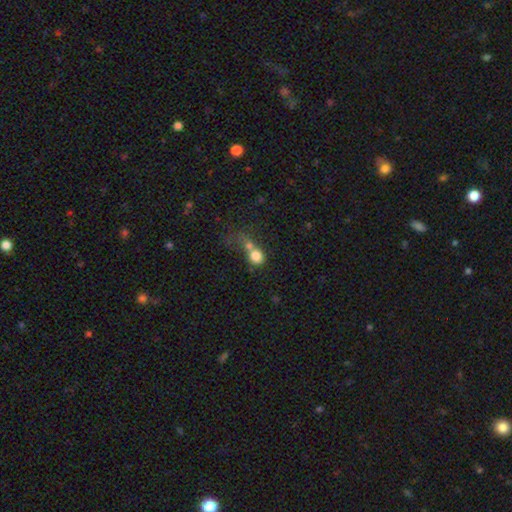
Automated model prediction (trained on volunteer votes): Smooth or featured: smooth — 77% (featured or disk — 12%)
How rounded: round — 75% (in between — 24%)
Merging: merger — 54% (none — 25%)